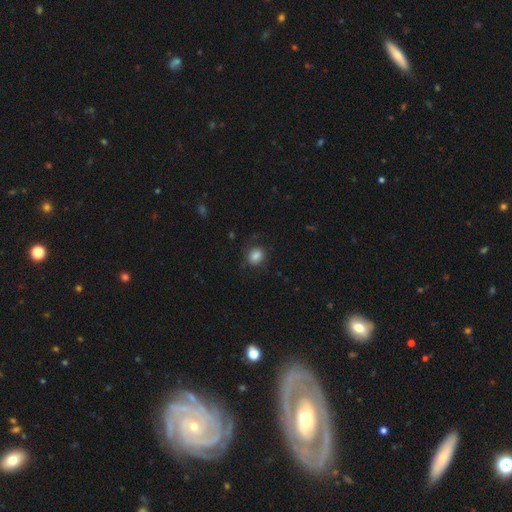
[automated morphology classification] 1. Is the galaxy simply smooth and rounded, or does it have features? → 84% smooth, 9% star or artifact, 6% featured or disk.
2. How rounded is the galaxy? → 61% round, 38% in between, 1% cigar-shaped.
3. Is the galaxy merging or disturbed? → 80% none, 14% minor disturbance, 5% major disturbance, 1% merger.